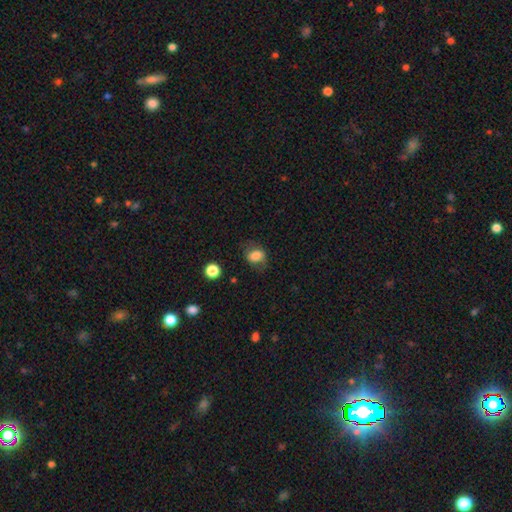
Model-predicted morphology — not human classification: Smooth or featured? Predicted: smooth (p=0.78). How rounded? Predicted: in between (p=0.64). Merging? Predicted: none (p=0.65).